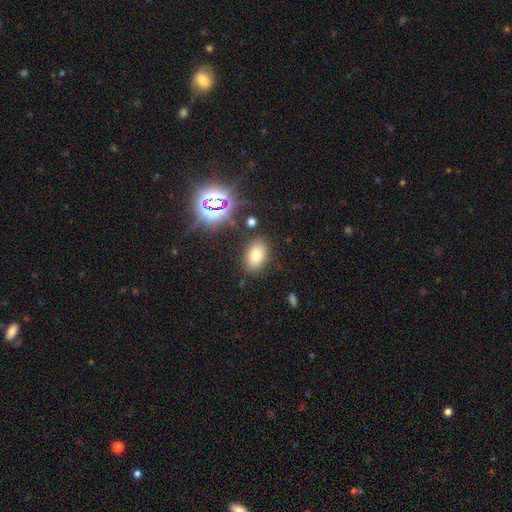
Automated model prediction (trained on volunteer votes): A smooth galaxy with no disk features (73%) that is in between round and cigar-shaped (86%).

Vote fractions:
- Smooth or featured? smooth: 73% / star or artifact: 17% / featured or disk: 10%
- How rounded? in between: 86% / round: 13% / cigar-shaped: 1%
- Merging? none: 84% / minor disturbance: 10% / major disturbance: 3% / merger: 3%